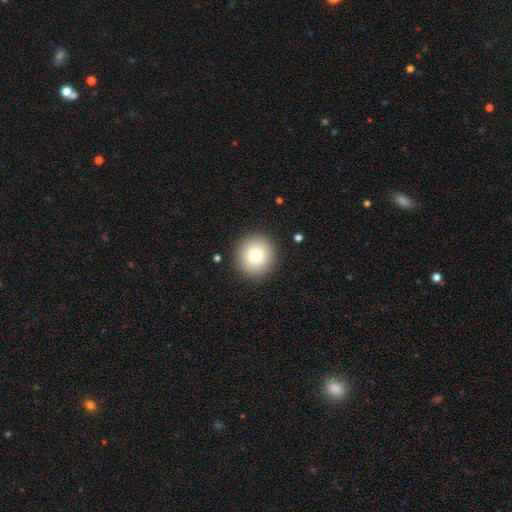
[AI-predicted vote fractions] Smooth or featured? Predicted: smooth (p=0.77). How rounded? Predicted: round (p=0.92). Merging? Predicted: none (p=0.90).